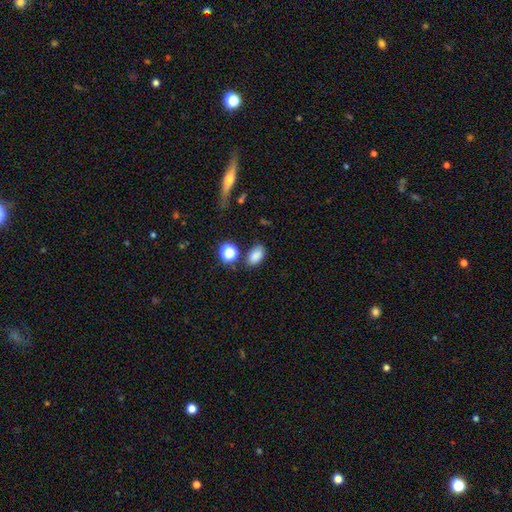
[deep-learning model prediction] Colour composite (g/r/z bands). It shows a smooth galaxy with no disk features (82%) that is in between round and cigar-shaped (85%). Merging: none (76%).